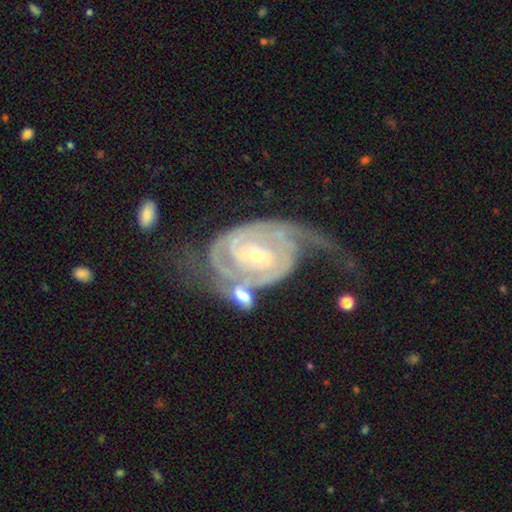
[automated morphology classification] A featured or disk galaxy (91%) with a weak bar (40%), 2 (65%) tight (61%) spiral arms (98%) and a small central bulge (74%).

Vote fractions:
- Smooth or featured? featured or disk: 91% / star or artifact: 5% / smooth: 4%
- Edge-on disk? no: 97% / yes: 3%
- Bar? weak: 40% / no: 35% / strong: 25%
- Spiral arms? yes: 98% / no: 2%
- Spiral winding? tight: 61% / medium: 31% / loose: 8%
- Spiral arm count? 2: 65% / can't tell: 12% / 3: 12% / 4: 4% / 1: 4% / more than 4: 3%
- Bulge size? small: 74% / moderate: 22% / none: 1% / large: 1% / dominant: 1%
- Merging? none: 41% / major disturbance: 24% / minor disturbance: 21% / merger: 14%